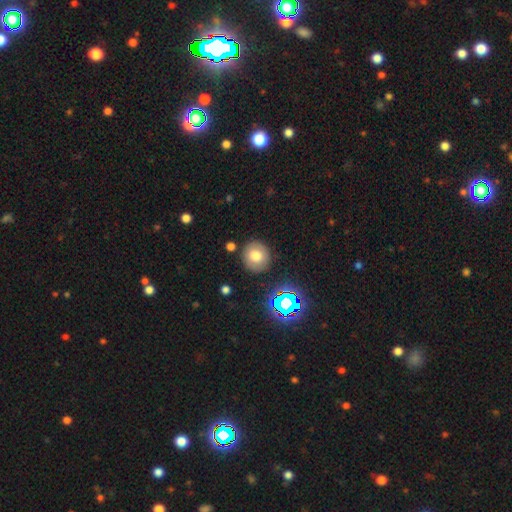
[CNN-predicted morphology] Smooth or featured: smooth — 73% (star or artifact — 15%)
How rounded: round — 90% (in between — 9%)
Merging: none — 87% (minor disturbance — 8%)